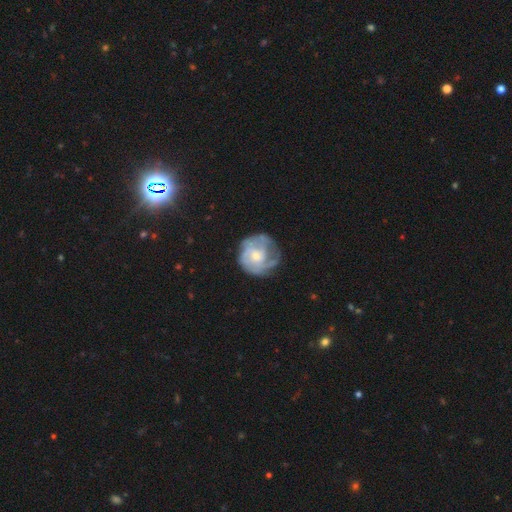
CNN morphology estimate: This is likely a featured or disk galaxy (68%). It is clearly not viewed edge-on (98%). Bar: likely no (73%). Spiral arm pattern: likely yes (78%). Spiral arm count: marginally can't tell (45%). Spiral winding: possibly tight (50%). Central bulge: possibly small (47%). Merging: likely none (63%).